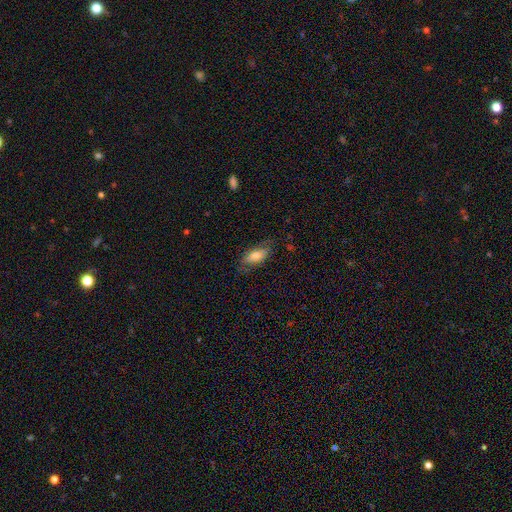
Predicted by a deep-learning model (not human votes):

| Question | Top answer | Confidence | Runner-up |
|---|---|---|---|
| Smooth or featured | smooth | 73% | featured or disk (21%) |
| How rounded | in between | 83% | cigar-shaped (14%) |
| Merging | none | 71% | minor disturbance (21%) |